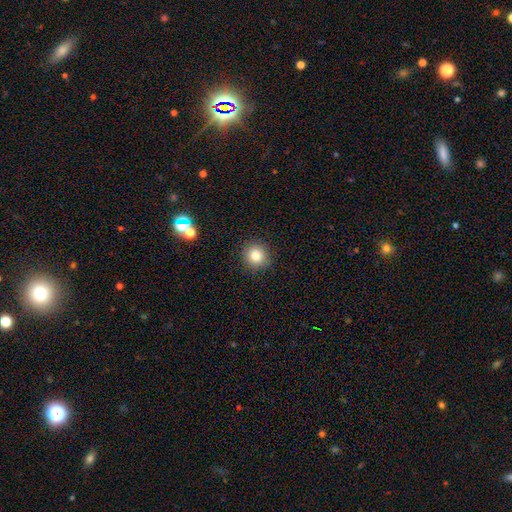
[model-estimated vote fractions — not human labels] The model was most divided on "smooth or featured": smooth: 82%, star or artifact: 12%, featured or disk: 7%. More confident: how rounded — round (90%); merging — none (90%).